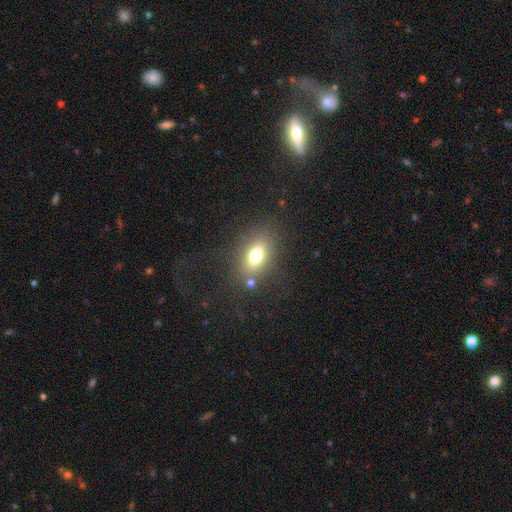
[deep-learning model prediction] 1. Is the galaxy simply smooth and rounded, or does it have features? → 72% smooth, 16% featured or disk, 12% star or artifact.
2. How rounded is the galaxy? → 79% in between, 15% round, 6% cigar-shaped.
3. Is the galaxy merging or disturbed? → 77% none, 12% minor disturbance, 6% major disturbance, 5% merger.